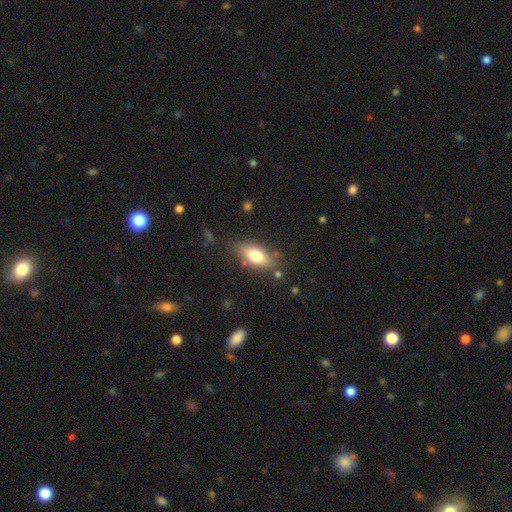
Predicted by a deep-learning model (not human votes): A smooth galaxy with no disk features (70%) that is in between round and cigar-shaped (81%).

Vote fractions:
- Smooth or featured? smooth: 70% / featured or disk: 22% / star or artifact: 8%
- How rounded? in between: 81% / cigar-shaped: 13% / round: 6%
- Merging? none: 78% / minor disturbance: 15% / major disturbance: 4% / merger: 3%